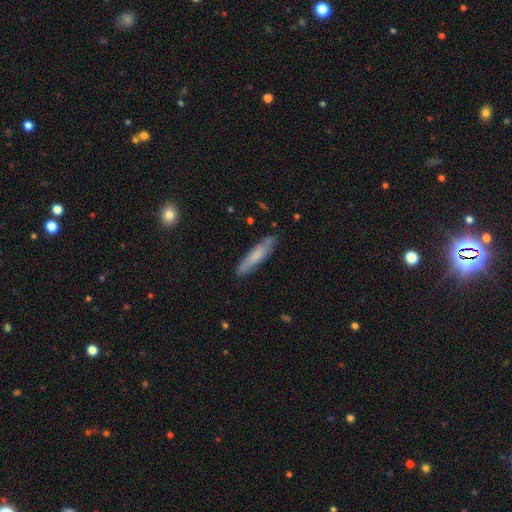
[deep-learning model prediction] A smooth galaxy with no disk features (65%) that is cigar-shaped (85%).

Vote fractions:
- Smooth or featured? smooth: 65% / featured or disk: 28% / star or artifact: 6%
- How rounded? cigar-shaped: 85% / in between: 14% / round: 1%
- Merging? none: 82% / minor disturbance: 14% / major disturbance: 2% / merger: 1%